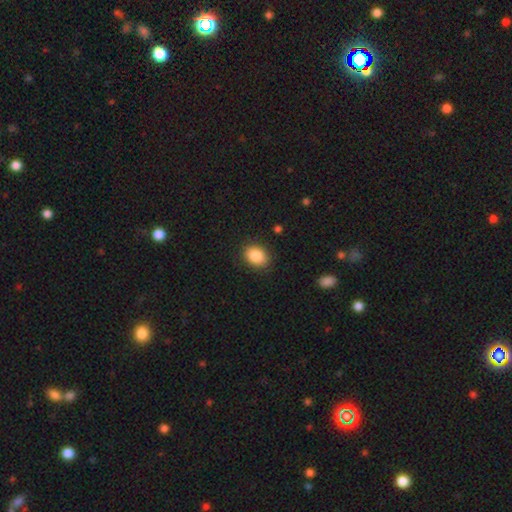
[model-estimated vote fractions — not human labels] smooth_or_featured: smooth (p=0.88) [alt: star or artifact p=0.08]
how_rounded: in between (p=0.65) [alt: round p=0.34]
merging: none (p=0.87) [alt: minor disturbance p=0.09]